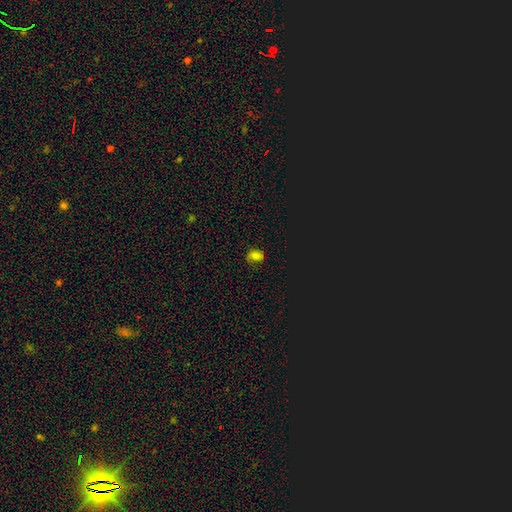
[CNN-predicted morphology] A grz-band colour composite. It shows a smooth galaxy with no disk features (61%) that is in between round and cigar-shaped (50%). Merging: none (69%).